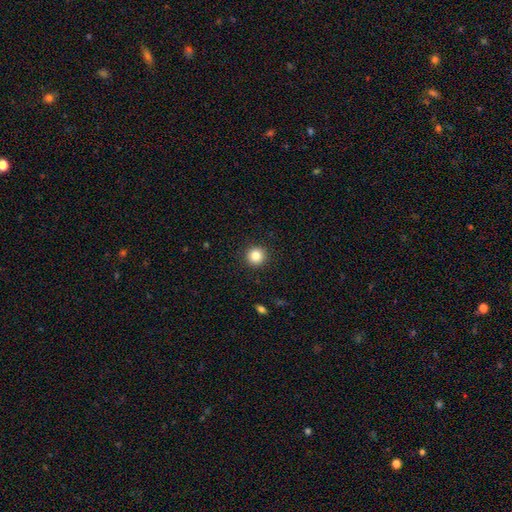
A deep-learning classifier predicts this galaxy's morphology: Overall: smooth (85%). How rounded: round (95%). Merging: none (93%).